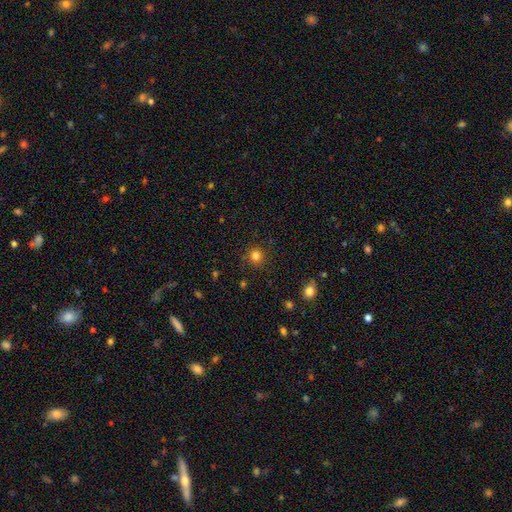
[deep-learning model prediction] smooth-or-featured: smooth: 81% | star or artifact: 15% | featured or disk: 5%
  how-rounded: round: 92% | in between: 7% | cigar-shaped: 1%
  merging: none: 88% | minor disturbance: 8% | major disturbance: 3% | merger: 1%